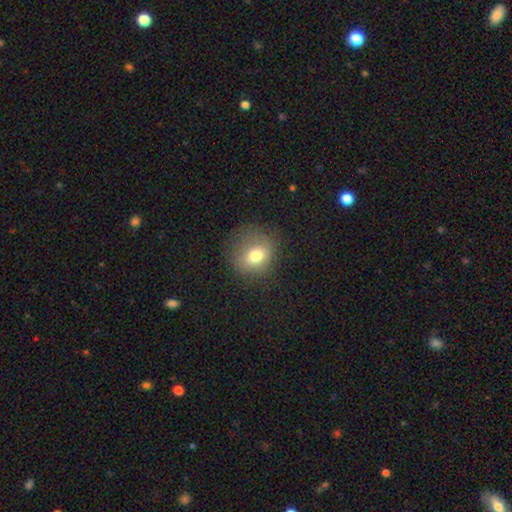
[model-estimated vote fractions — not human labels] Morphology: type=smooth (72%); roundness=round (73%); merging=none (72%).